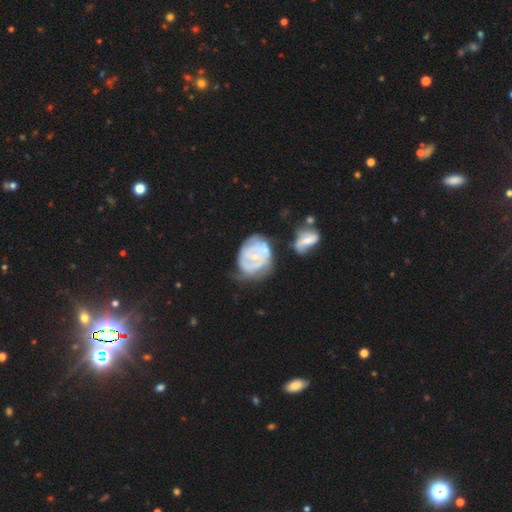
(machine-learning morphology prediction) Overall: featured or disk (70%). Edge-on disk: no (97%). Bar: no (74%). Spiral arms: yes (70%). Bulge size: small (70%). Merging: none (37%; minor disturbance 29%).